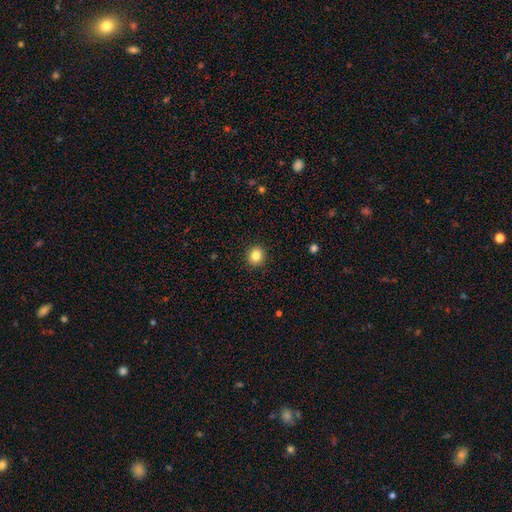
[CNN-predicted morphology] Overall: smooth (84%). How rounded: round (87%). Merging: none (92%).